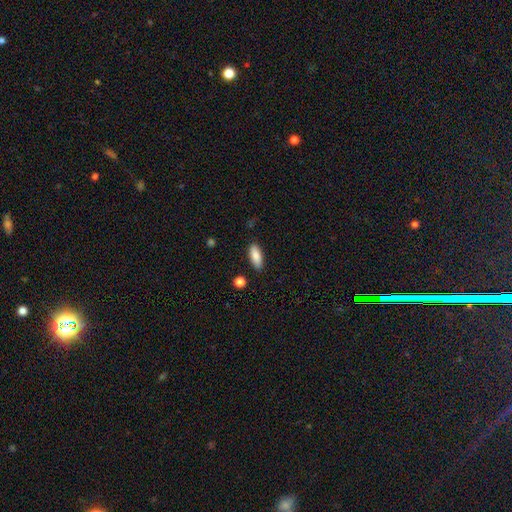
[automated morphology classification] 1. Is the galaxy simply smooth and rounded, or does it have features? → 85% smooth, 8% featured or disk, 6% star or artifact.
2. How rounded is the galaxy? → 75% in between, 22% cigar-shaped, 2% round.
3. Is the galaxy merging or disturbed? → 86% none, 10% minor disturbance, 2% major disturbance, 2% merger.